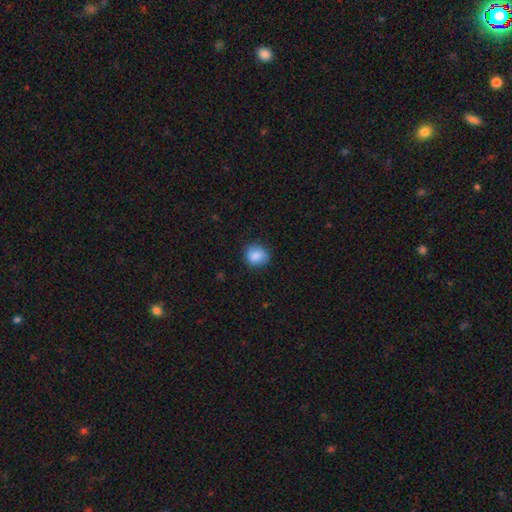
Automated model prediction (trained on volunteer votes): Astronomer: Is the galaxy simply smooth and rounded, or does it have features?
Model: smooth — 87%.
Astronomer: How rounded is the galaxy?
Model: round — 78%.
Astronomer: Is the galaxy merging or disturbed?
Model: none — 83%.